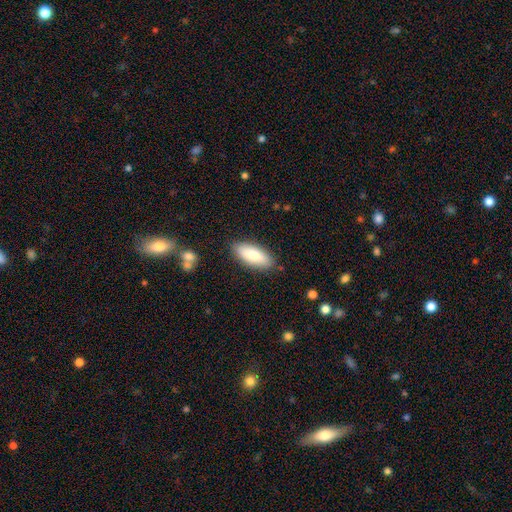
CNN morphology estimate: This appears to be a smooth galaxy with no disk features (78%) that is in between round and cigar-shaped (80%). Merging: none (85%).